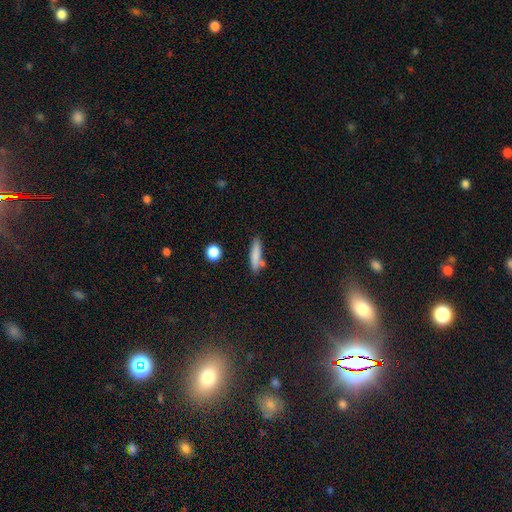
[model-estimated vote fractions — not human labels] A smooth galaxy with no disk features (80%) that is cigar-shaped (77%).

Vote fractions:
- Smooth or featured? smooth: 80% / featured or disk: 12% / star or artifact: 8%
- How rounded? cigar-shaped: 77% / in between: 21% / round: 2%
- Merging? none: 73% / minor disturbance: 14% / merger: 9% / major disturbance: 3%